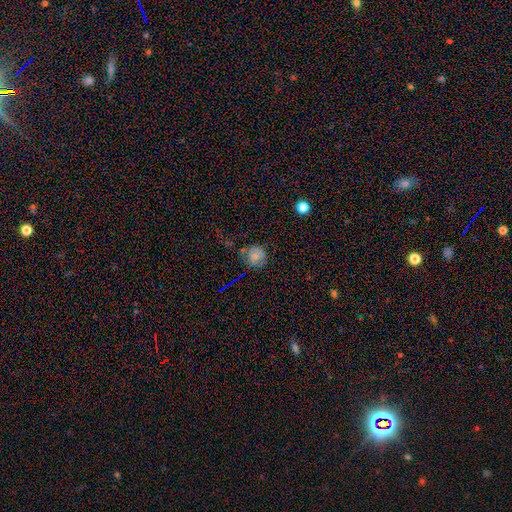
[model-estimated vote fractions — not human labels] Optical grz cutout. It shows a smooth galaxy with no disk features (68%) that is round (88%). Merging: none (62%).